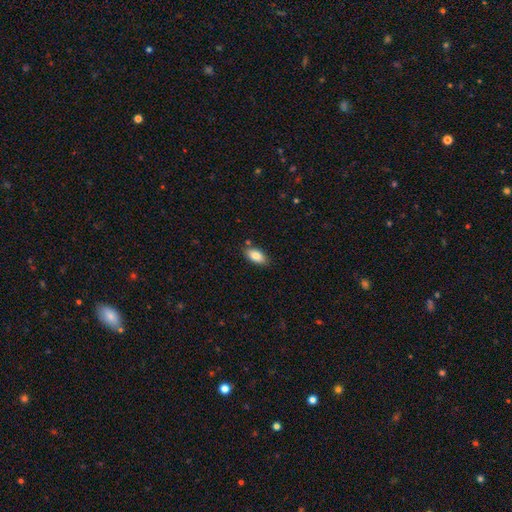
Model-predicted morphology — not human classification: This appears to be a smooth galaxy with no disk features (84%) that is in between round and cigar-shaped (90%). Merging: none (81%).